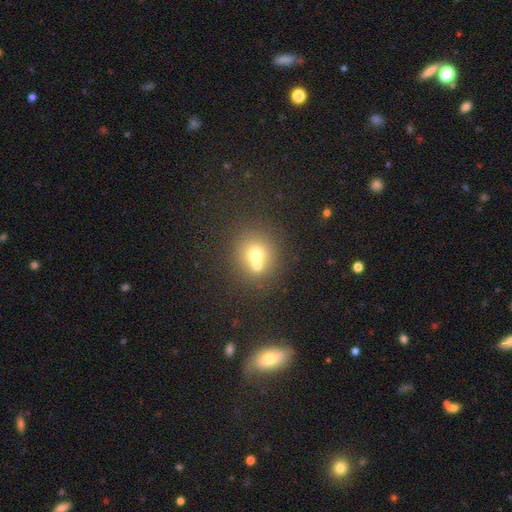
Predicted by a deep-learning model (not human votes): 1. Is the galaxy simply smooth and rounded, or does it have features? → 66% smooth, 19% featured or disk, 15% star or artifact.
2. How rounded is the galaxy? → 81% round, 18% in between, 1% cigar-shaped.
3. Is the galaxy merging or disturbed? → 49% merger, 41% none, 7% minor disturbance, 3% major disturbance.